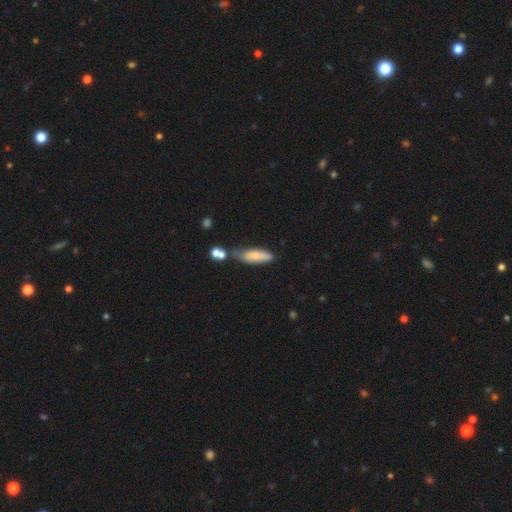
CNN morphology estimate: smooth-or-featured: smooth: 76% | featured or disk: 17% | star or artifact: 7%
  how-rounded: in between: 51% | cigar-shaped: 47% | round: 2%
  merging: none: 47% | minor disturbance: 29% | merger: 14% | major disturbance: 10%